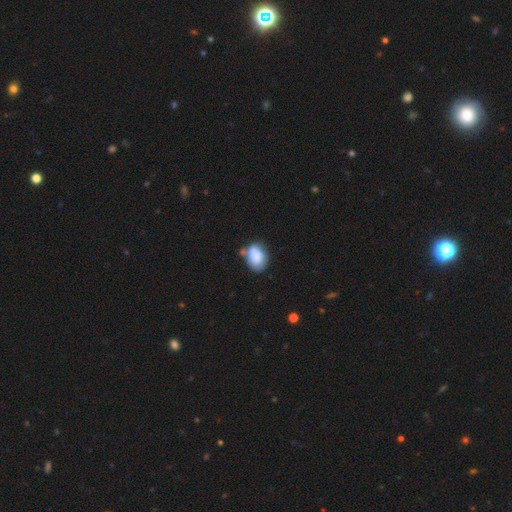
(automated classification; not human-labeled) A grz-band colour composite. It shows a smooth galaxy with no disk features (79%) that is in between round and cigar-shaped (75%). Merging: none (47%).